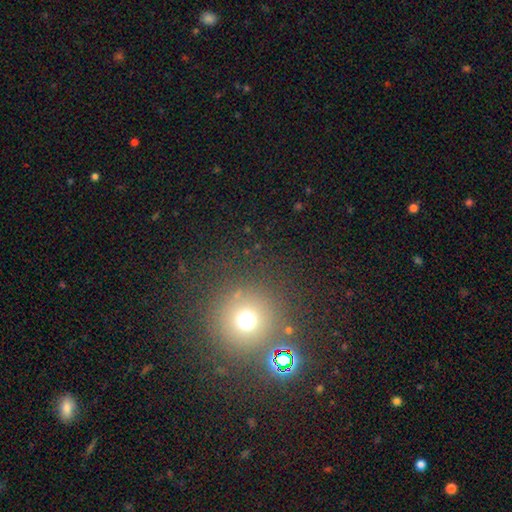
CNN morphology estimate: Overall: smooth (57%; star or artifact 32%). How rounded: round (94%). Merging: none (79%).